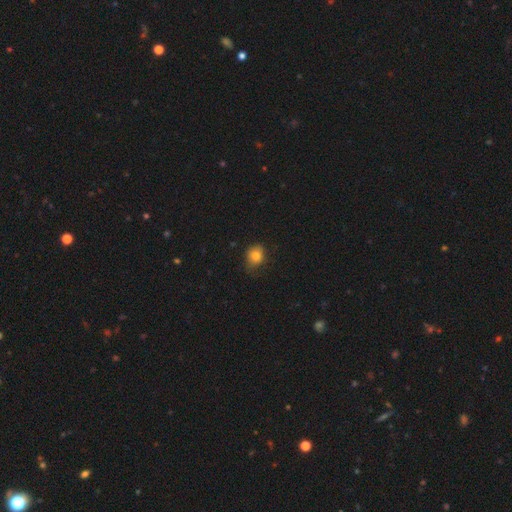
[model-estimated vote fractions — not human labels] The model was most divided on "how rounded": round: 62%, in between: 37%, cigar-shaped: 1%. More confident: smooth or featured — smooth (81%); merging — none (64%).